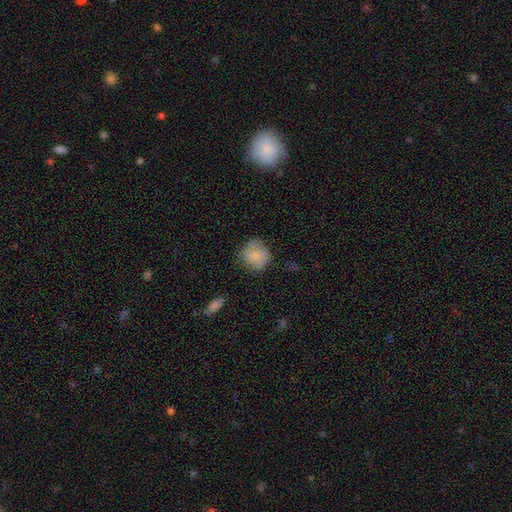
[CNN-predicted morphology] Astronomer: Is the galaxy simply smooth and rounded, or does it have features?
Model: smooth — 69%.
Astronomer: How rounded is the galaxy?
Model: round — 83%.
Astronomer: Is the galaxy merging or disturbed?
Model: none — 69%.